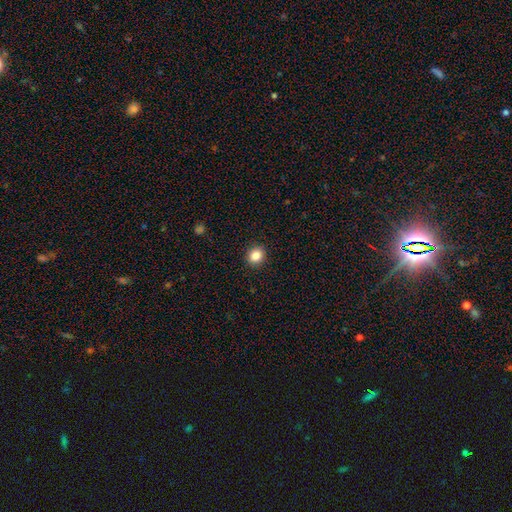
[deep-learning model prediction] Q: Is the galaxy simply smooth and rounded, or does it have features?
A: smooth — 85%.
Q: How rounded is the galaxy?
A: round — 78%.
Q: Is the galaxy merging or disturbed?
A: none — 92%.